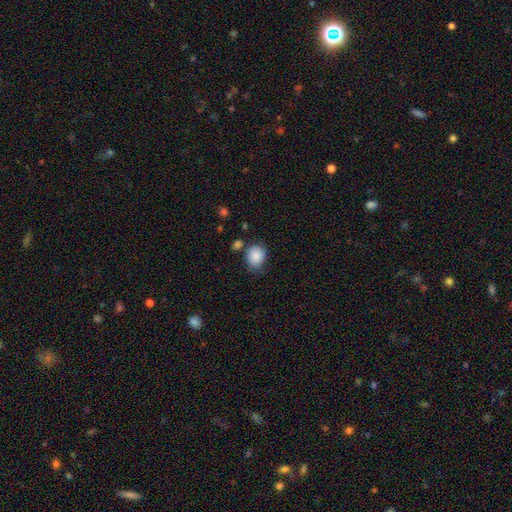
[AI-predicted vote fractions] Morphology: type=smooth (87%); roundness=round (58%); merging=none (68%).